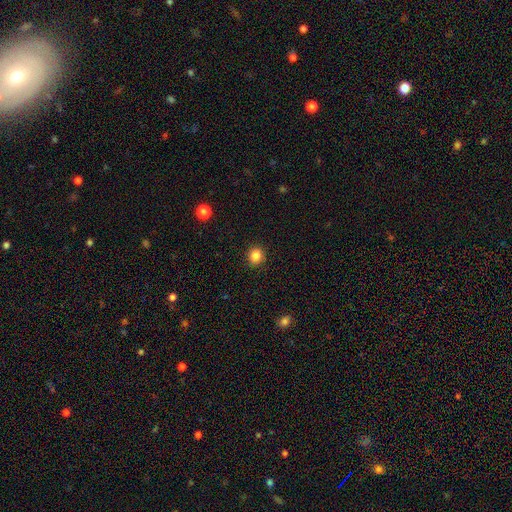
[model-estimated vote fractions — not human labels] A smooth galaxy with no disk features (85%) that is round (86%). Merging: none (91%).